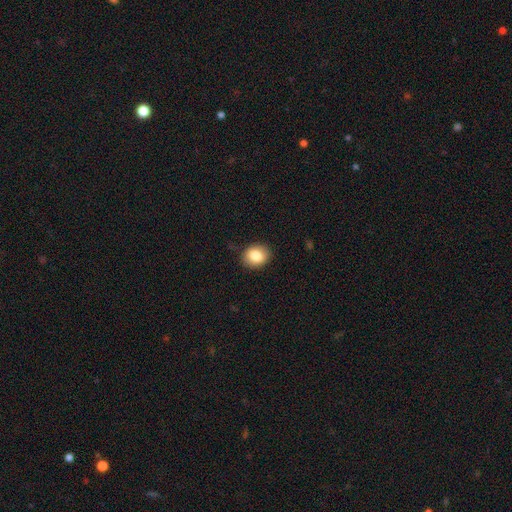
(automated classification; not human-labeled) smooth_or_featured: smooth (p=0.84) [alt: star or artifact p=0.08]
how_rounded: round (p=0.51) [alt: in between p=0.48]
merging: none (p=0.87) [alt: minor disturbance p=0.10]